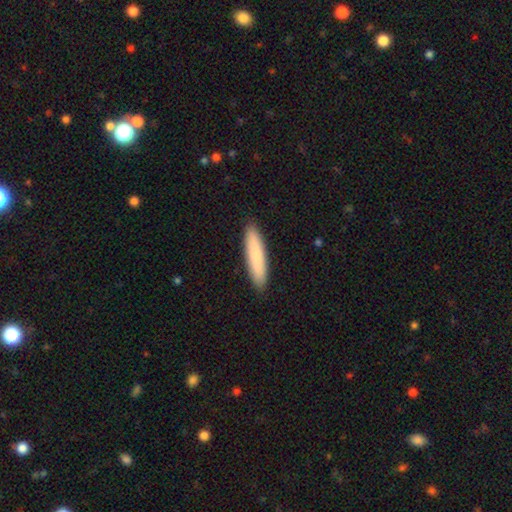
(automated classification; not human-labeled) smooth 84%, featured or disk 11%, star or artifact 5%. Down the decision tree: how rounded — cigar-shaped (84%); merging — none (91%).